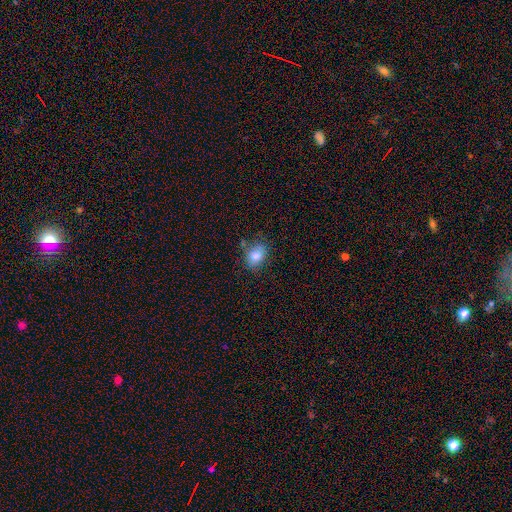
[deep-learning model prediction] Smooth or featured: smooth — 80% (featured or disk — 11%)
How rounded: in between — 66% (round — 33%)
Merging: none — 70% (minor disturbance — 21%)